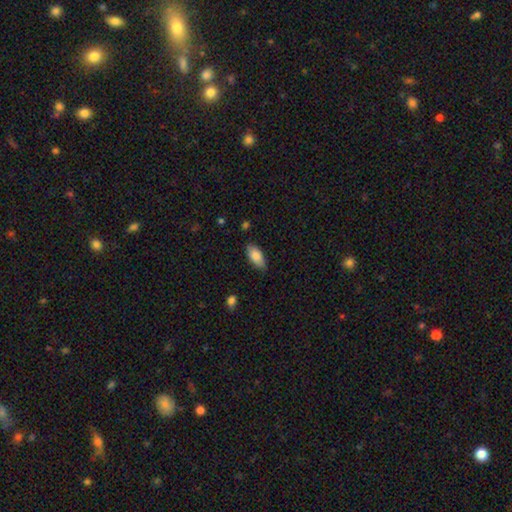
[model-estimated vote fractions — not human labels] The model was most divided on "merging": none: 82%, minor disturbance: 14%, major disturbance: 2%, merger: 1%. More confident: how rounded — in between (88%); smooth or featured — smooth (83%).